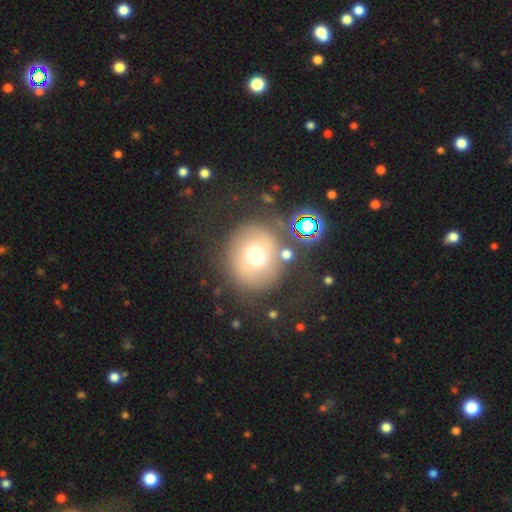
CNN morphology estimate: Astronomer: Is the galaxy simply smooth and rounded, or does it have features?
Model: smooth — 64%.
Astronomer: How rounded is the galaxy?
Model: round — 85%.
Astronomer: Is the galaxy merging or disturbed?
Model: none — 72%.